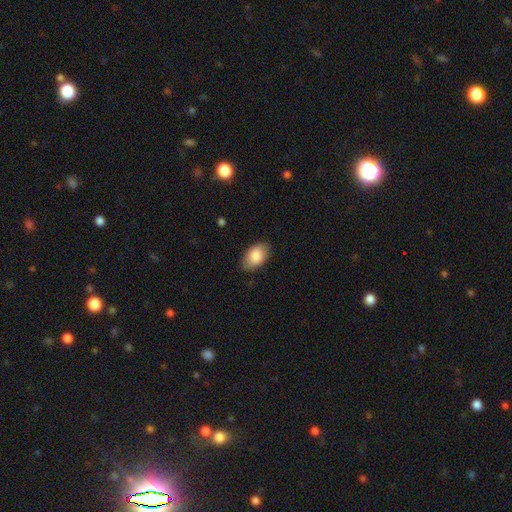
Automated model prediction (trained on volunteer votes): This is clearly a smooth galaxy (86%). How rounded: clearly in between (92%). Merging: clearly none (85%).